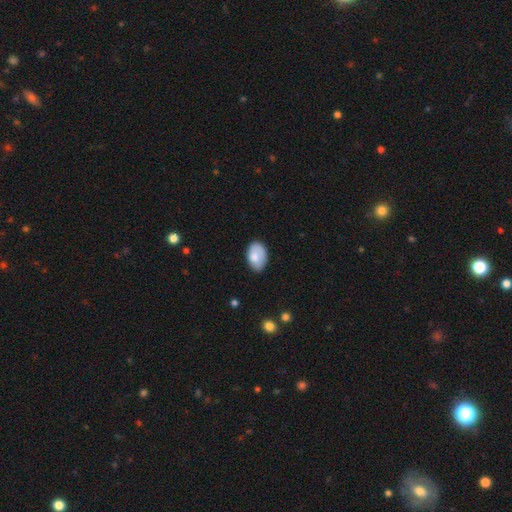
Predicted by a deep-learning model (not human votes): smooth_or_featured: smooth (p=0.81) [alt: featured or disk p=0.12]
how_rounded: in between (p=0.90) [alt: round p=0.09]
merging: none (p=0.71) [alt: minor disturbance p=0.23]